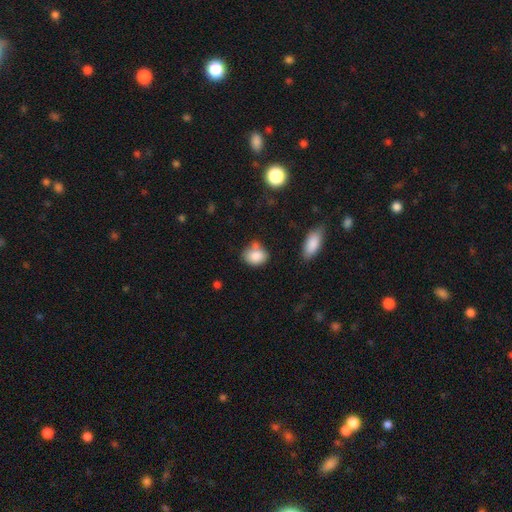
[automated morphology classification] A smooth galaxy with no disk features (83%) that is in between round and cigar-shaped (52%). Merging: none (53%).